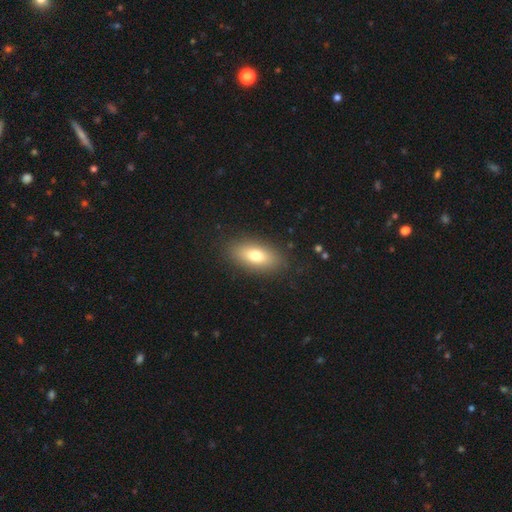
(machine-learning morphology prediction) Smooth or featured: smooth — 75% (featured or disk — 17%)
How rounded: in between — 85% (cigar-shaped — 10%)
Merging: none — 86% (minor disturbance — 9%)